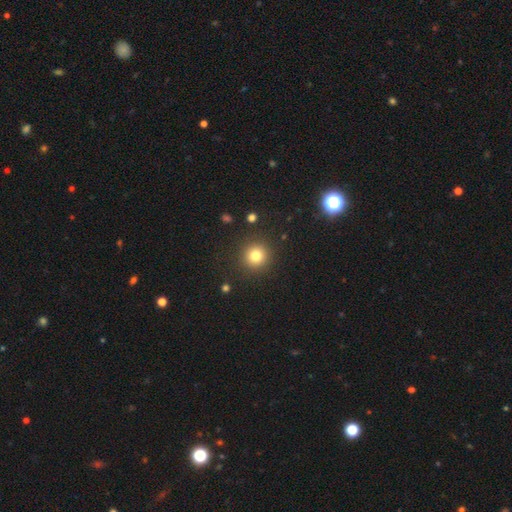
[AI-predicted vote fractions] A smooth galaxy with no disk features (80%) that is round (94%).

Vote fractions:
- Smooth or featured? smooth: 80% / star or artifact: 13% / featured or disk: 7%
- How rounded? round: 94% / in between: 5% / cigar-shaped: 1%
- Merging? none: 90% / minor disturbance: 6% / major disturbance: 3% / merger: 1%